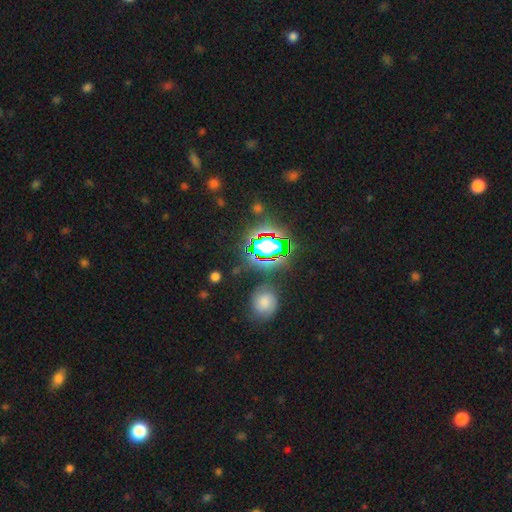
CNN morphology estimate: A star or artifact, not a galaxy (70%).

Vote fractions:
- Smooth or featured? star or artifact: 70% / smooth: 20% / featured or disk: 10%